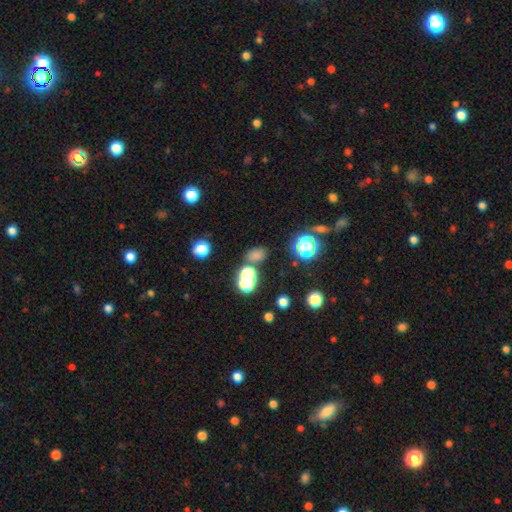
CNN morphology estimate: smooth 64%, star or artifact 26%, featured or disk 11%. Down the decision tree: how rounded — in between (62%); merging — none (55%).